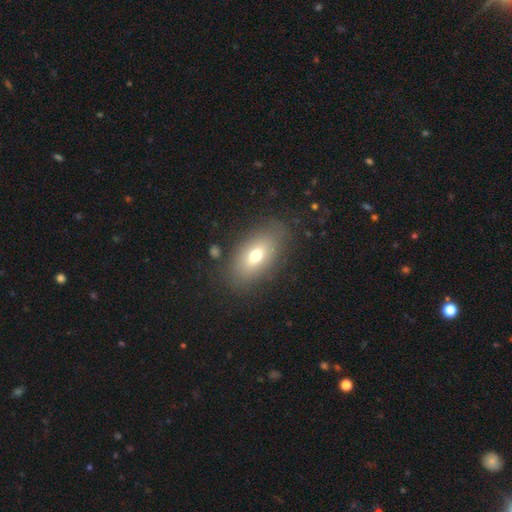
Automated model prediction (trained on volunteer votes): smooth_or_featured: smooth (p=0.69) [alt: featured or disk p=0.21]
how_rounded: in between (p=0.88) [alt: round p=0.08]
merging: none (p=0.81) [alt: minor disturbance p=0.12]